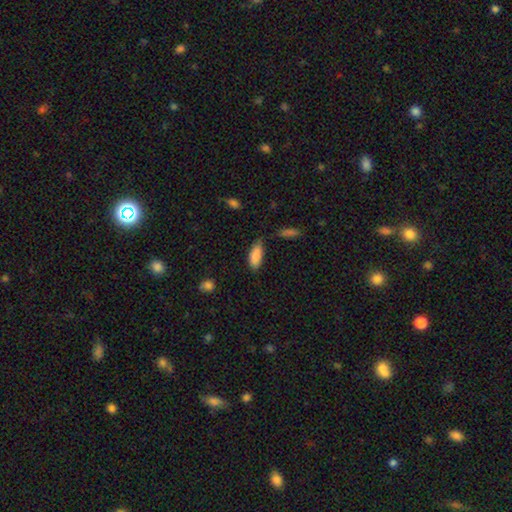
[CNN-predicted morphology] Overall: smooth (88%). How rounded: in between (83%). Merging: none (65%; minor disturbance 26%).